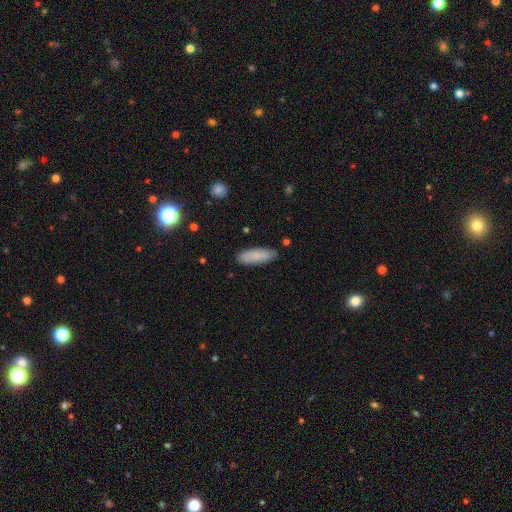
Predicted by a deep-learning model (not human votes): This is clearly a smooth galaxy (82%). How rounded: possibly in between (58%). Merging: clearly none (86%).